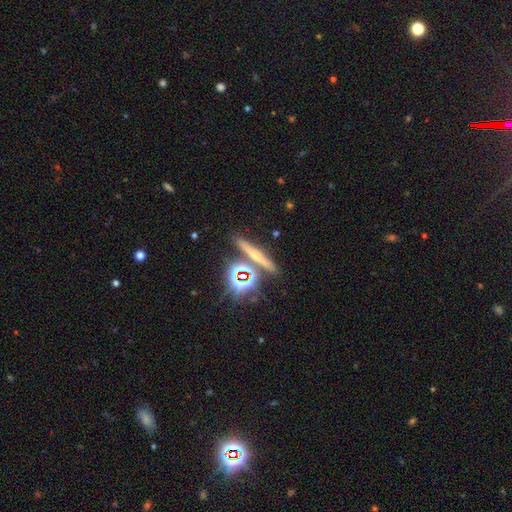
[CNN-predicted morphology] A smooth galaxy with no disk features (38%).

Vote fractions:
- Smooth or featured? smooth: 38% / featured or disk: 33% / star or artifact: 29%
- Merging? none: 79% / merger: 9% / minor disturbance: 8% / major disturbance: 3%